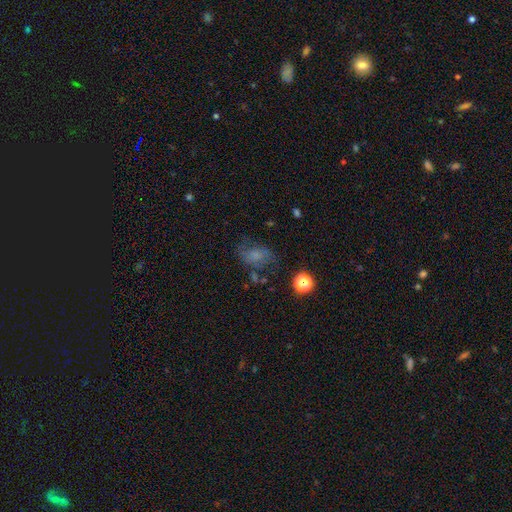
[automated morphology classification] Smooth or featured?
  - smooth: 53% *
  - featured or disk: 30%
  - star or artifact: 17%
How rounded?
  - in between: 75% *
  - round: 23%
  - cigar-shaped: 2%
Merging?
  - none: 52% *
  - minor disturbance: 24%
  - major disturbance: 19%
  - merger: 4%